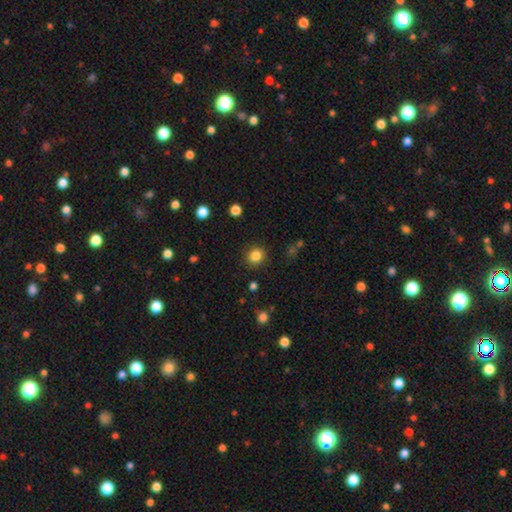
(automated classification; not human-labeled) A smooth galaxy with no disk features (85%) that is round (80%). Merging: none (87%).